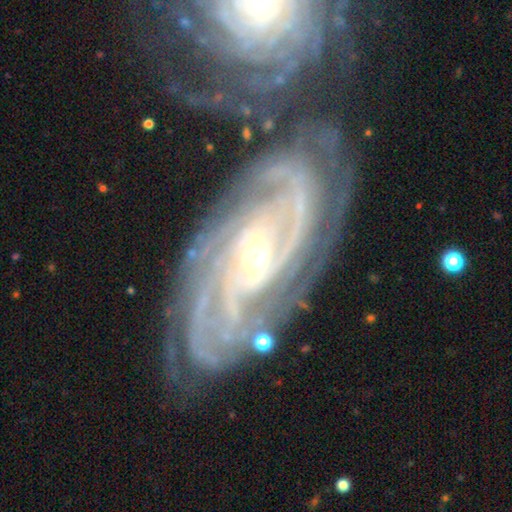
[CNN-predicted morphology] smooth-or-featured: featured or disk: 92% | star or artifact: 5% | smooth: 3%
  disk-edge-on: no: 95% | yes: 5%
    bar: weak: 37% | no: 34% | strong: 29%
    has-spiral-arms: yes: 98% | no: 2%
      spiral-winding: tight: 63% | medium: 30% | loose: 7%
      spiral-arm-count: 2: 27% | 3: 24% | can't tell: 17% | 4: 16% | more than 4: 9% | 1: 8%
    bulge-size: small: 57% | moderate: 39% | large: 2% | none: 1% | dominant: 1%
  merging: none: 73% | minor disturbance: 17% | major disturbance: 8% | merger: 2%